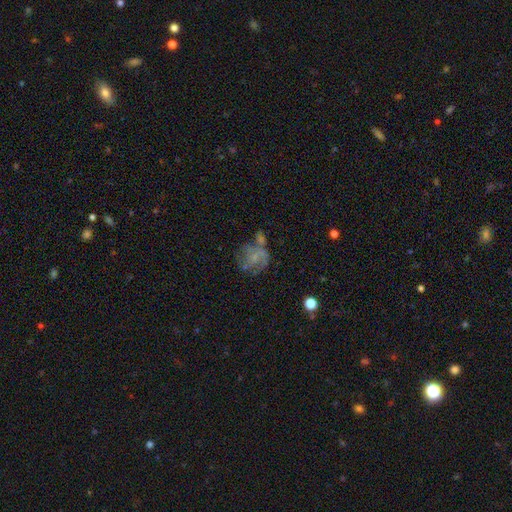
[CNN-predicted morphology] This is possibly a featured or disk galaxy (56%). It is clearly not viewed edge-on (98%). Bar: likely no (71%). Spiral arm pattern: likely yes (61%). Central bulge: possibly small (46%). Merging: marginally none (38%).